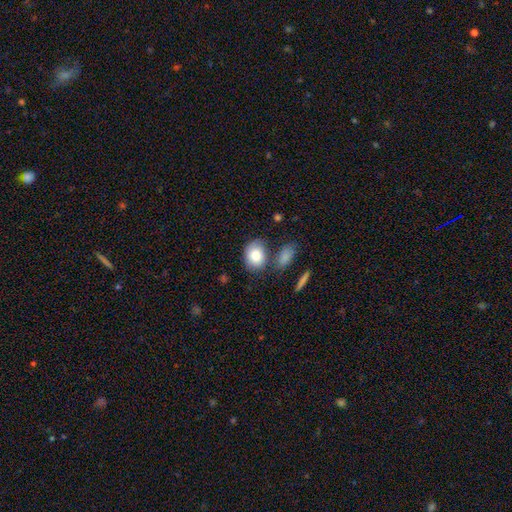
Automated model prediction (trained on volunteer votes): This is clearly a smooth galaxy (82%). How rounded: likely in between (62%). Merging: likely none (63%).